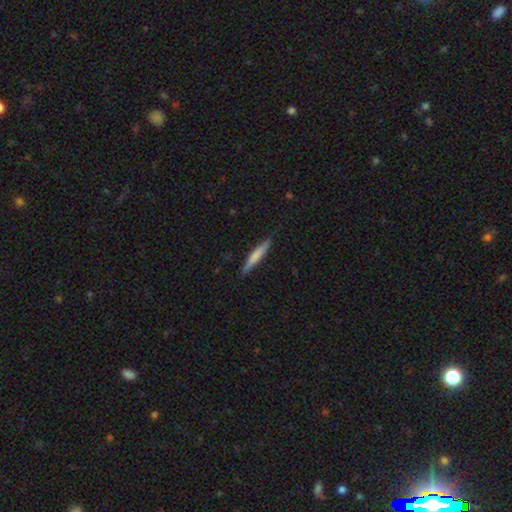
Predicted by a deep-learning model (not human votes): smooth-or-featured: smooth: 67% | featured or disk: 28% | star or artifact: 5%
  how-rounded: cigar-shaped: 93% | in between: 6% | round: 1%
  merging: none: 87% | minor disturbance: 10% | major disturbance: 2% | merger: 1%